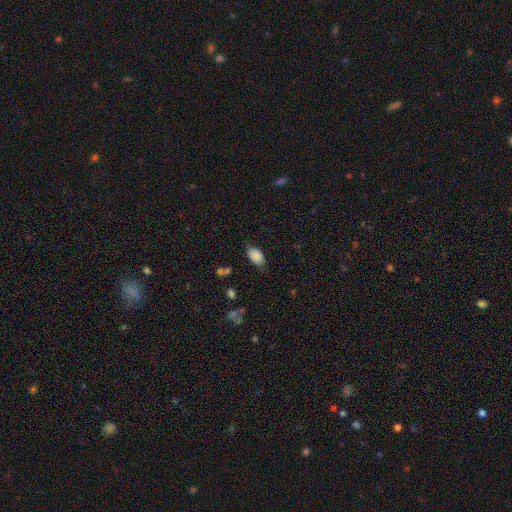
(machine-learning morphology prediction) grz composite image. It shows a smooth galaxy with no disk features (88%) that is in between round and cigar-shaped (92%). Merging: none (73%).